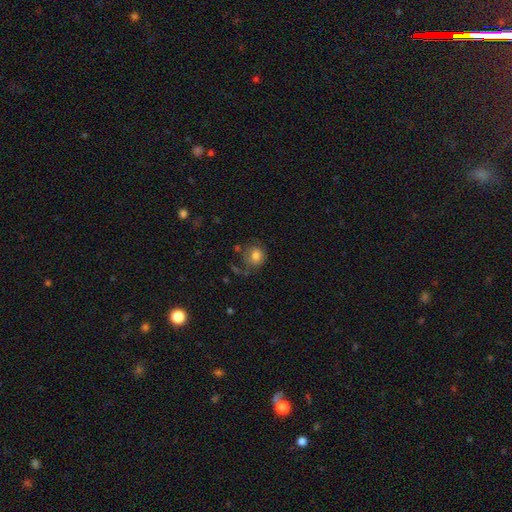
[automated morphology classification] Smooth or featured? Predicted: smooth (p=0.78). How rounded? Predicted: round (p=0.82). Merging? Predicted: none (p=0.61).